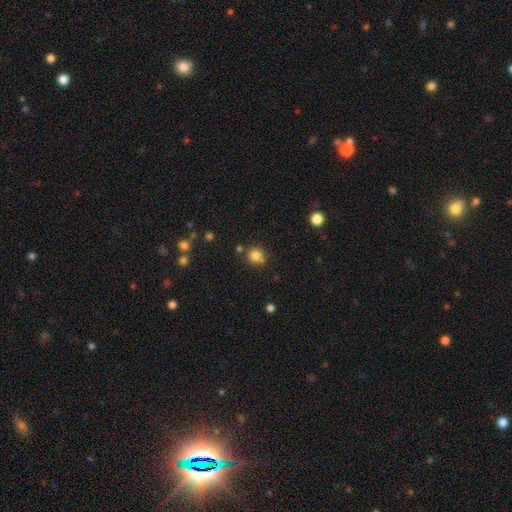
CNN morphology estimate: Smooth or featured: smooth — 79% (star or artifact — 13%)
How rounded: round — 88% (in between — 11%)
Merging: none — 68% (merger — 17%)